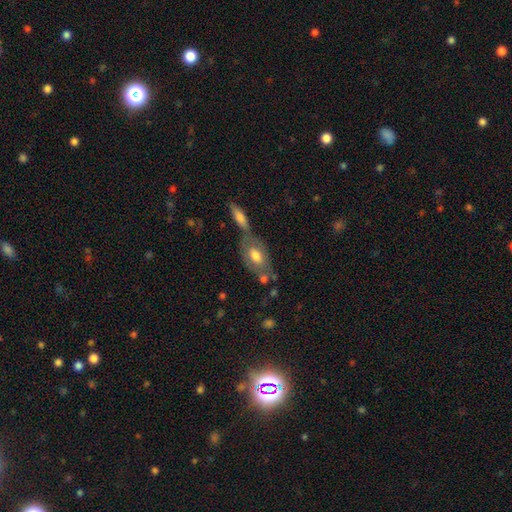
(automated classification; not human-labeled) Smooth or featured? Predicted: smooth (p=0.65). How rounded? Predicted: in between (p=0.87). Merging? Predicted: none (p=0.45).